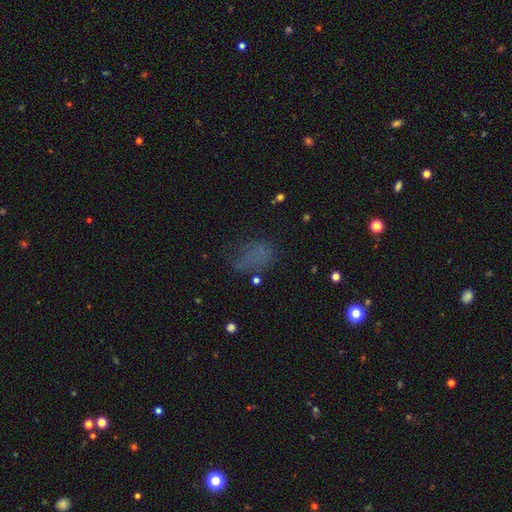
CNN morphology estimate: Smooth or featured?
  - smooth: 55% *
  - star or artifact: 27%
  - featured or disk: 18%
How rounded?
  - in between: 79% *
  - round: 17%
  - cigar-shaped: 4%
Merging?
  - none: 47% *
  - major disturbance: 26%
  - minor disturbance: 23%
  - merger: 4%